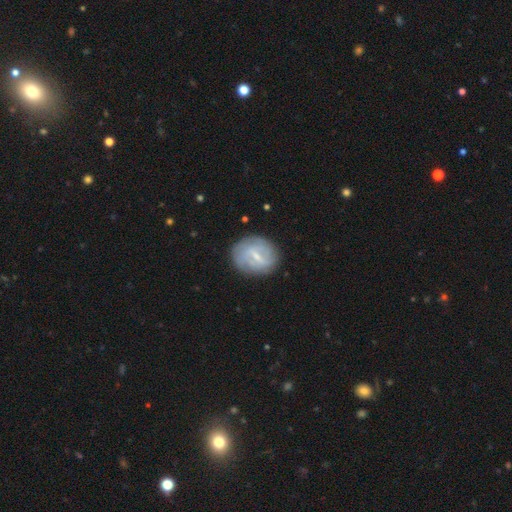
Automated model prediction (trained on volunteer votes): Smooth or featured: featured or disk — 64% (smooth — 29%)
Edge-on disk: no — 96% (yes — 4%)
Bar: weak — 50% (strong — 38%)
Spiral arms: yes — 63% (no — 37%)
Bulge size: small — 64% (moderate — 21%)
Merging: none — 77% (minor disturbance — 16%)